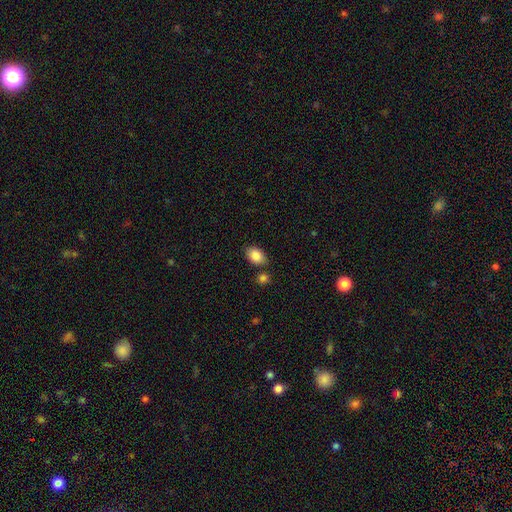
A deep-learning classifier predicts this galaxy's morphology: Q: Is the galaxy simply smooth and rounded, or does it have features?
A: smooth — 87%.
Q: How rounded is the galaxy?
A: in between — 83%.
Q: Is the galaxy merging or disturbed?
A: none — 75%.